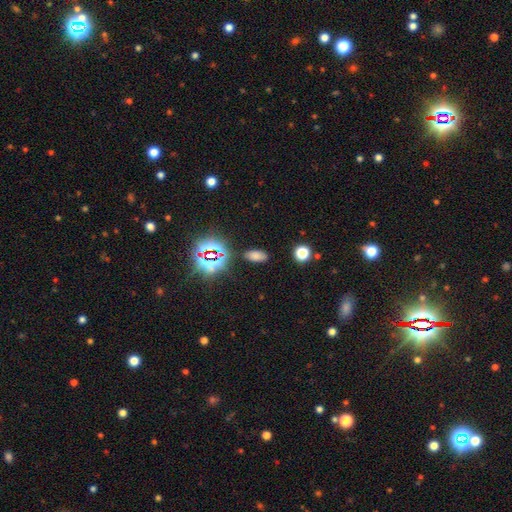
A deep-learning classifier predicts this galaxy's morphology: A smooth galaxy with no disk features (69%) that is in between round and cigar-shaped (88%).

Vote fractions:
- Smooth or featured? smooth: 69% / star or artifact: 24% / featured or disk: 7%
- How rounded? in between: 88% / cigar-shaped: 6% / round: 6%
- Merging? none: 86% / minor disturbance: 9% / major disturbance: 3% / merger: 2%